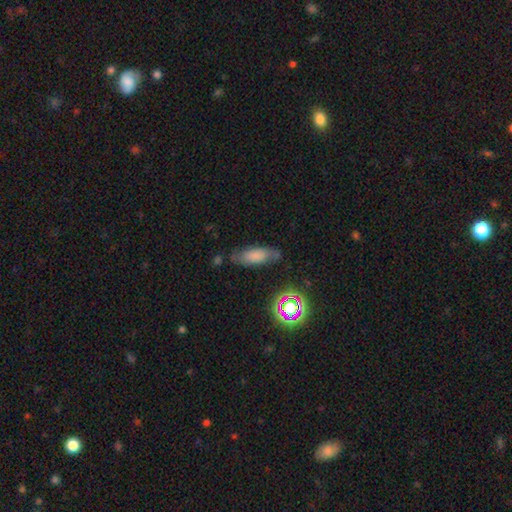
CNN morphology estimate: type=smooth (58%); roundness=in between (67%); merging=none (69%).